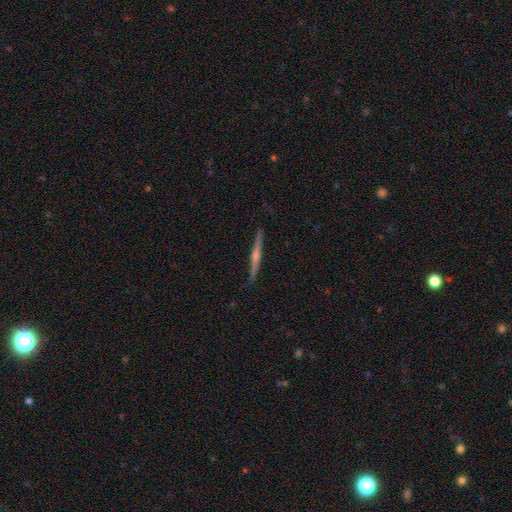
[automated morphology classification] Smooth or featured: featured or disk — 74% (smooth — 20%)
Edge-on disk: yes — 98% (no — 2%)
Edge-on bulge: rounded — 76% (none — 14%)
Merging: none — 91% (minor disturbance — 7%)